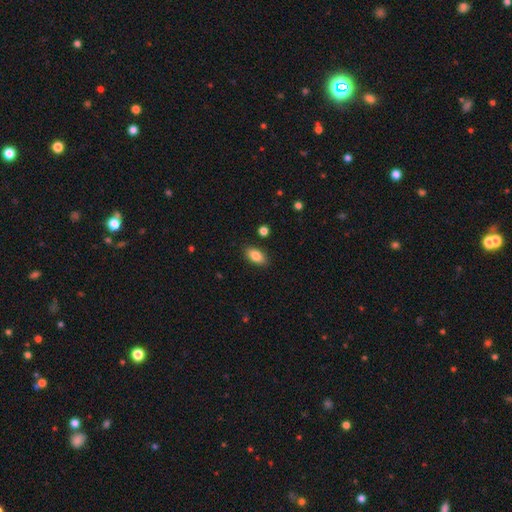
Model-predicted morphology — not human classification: Smooth or featured? Predicted: smooth (p=0.85). How rounded? Predicted: in between (p=0.91). Merging? Predicted: none (p=0.88).